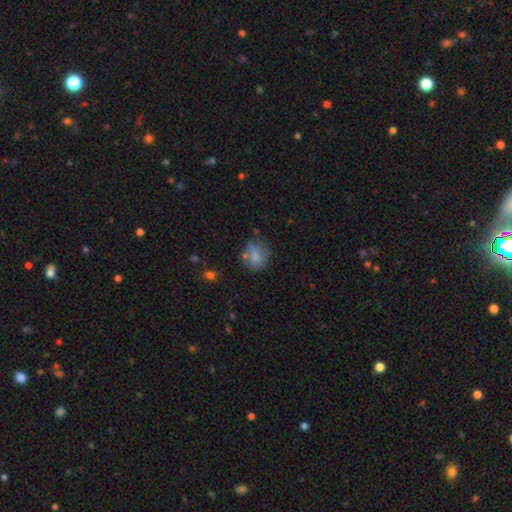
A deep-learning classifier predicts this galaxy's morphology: A smooth galaxy with no disk features (72%) that is round (67%). Merging: none (56%).